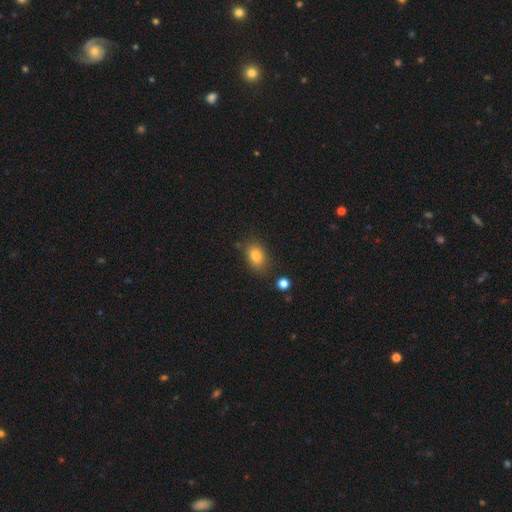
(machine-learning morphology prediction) This appears to be a smooth galaxy with no disk features (82%) that is in between round and cigar-shaped (78%). Merging: none (78%).